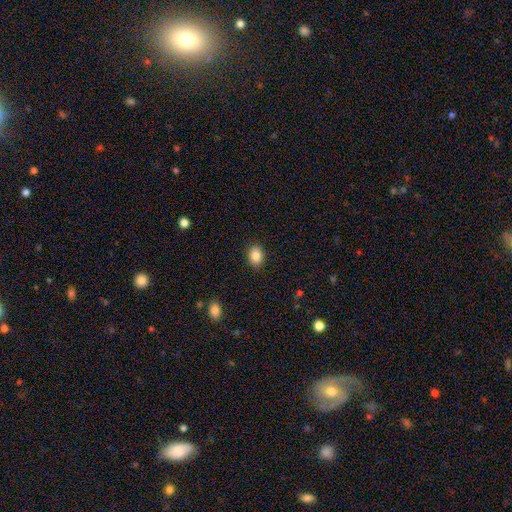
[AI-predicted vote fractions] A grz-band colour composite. It shows a smooth galaxy with no disk features (86%) that is in between round and cigar-shaped (71%). Merging: none (89%).